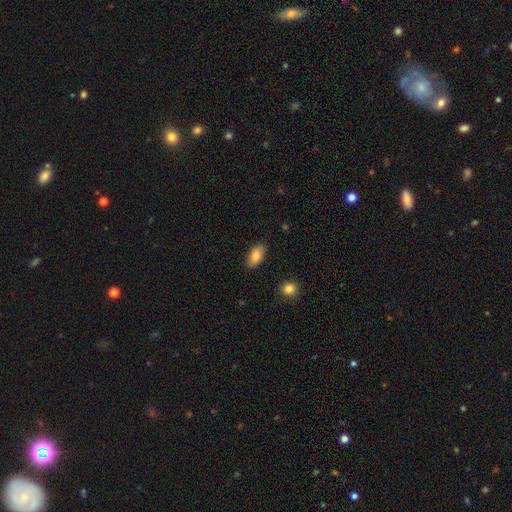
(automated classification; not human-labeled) This is clearly a smooth galaxy (83%). How rounded: clearly in between (92%). Merging: clearly none (84%).